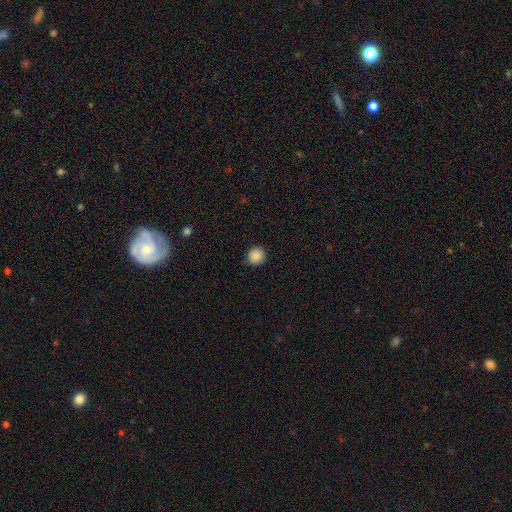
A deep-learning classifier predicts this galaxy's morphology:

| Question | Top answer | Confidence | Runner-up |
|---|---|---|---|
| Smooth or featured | smooth | 88% | star or artifact (9%) |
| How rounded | round | 93% | in between (6%) |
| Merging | none | 88% | minor disturbance (9%) |